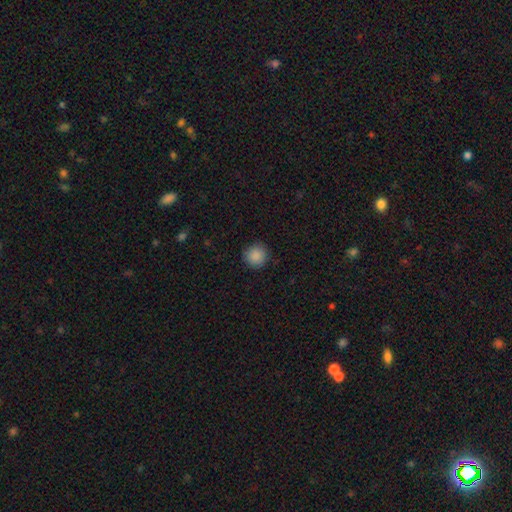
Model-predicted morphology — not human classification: Overall: smooth (89%). How rounded: round (94%). Merging: none (91%).